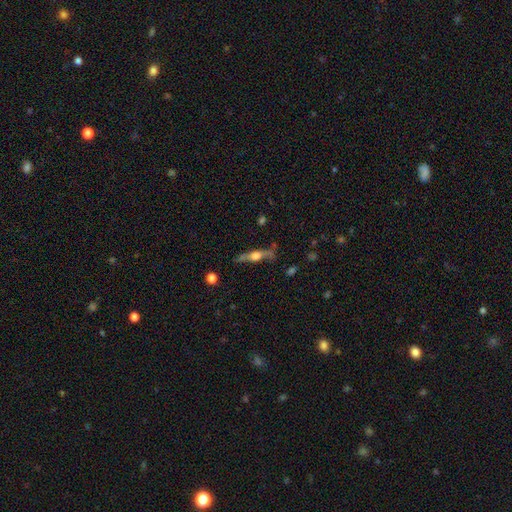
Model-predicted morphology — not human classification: A featured or disk galaxy (65%) viewed edge-on (91%) with a rounded central bulge (90%). Merging: none (72%).